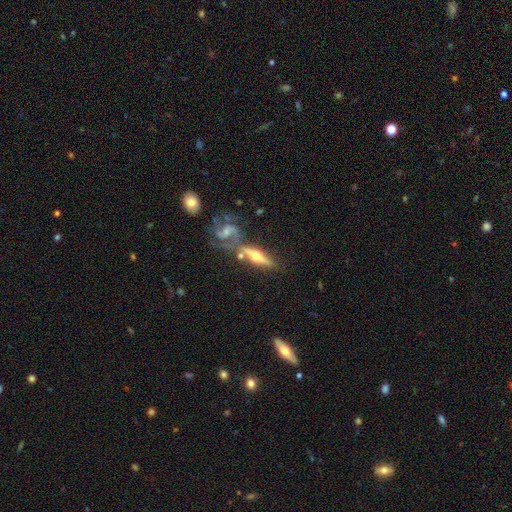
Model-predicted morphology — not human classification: Smooth or featured? featured or disk (71%)
Edge-on disk? yes (82%)
Edge-on bulge? rounded (93%)
Merging? none (53%)